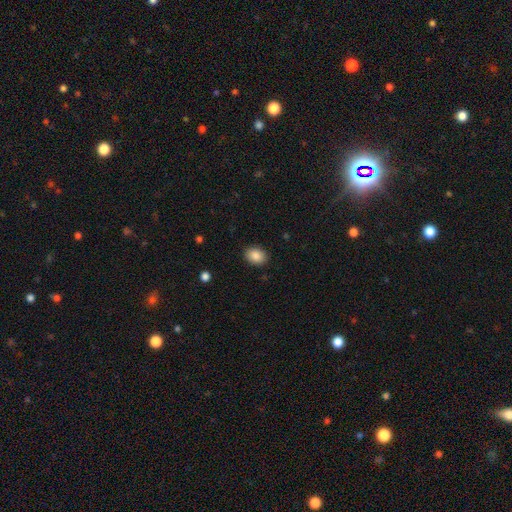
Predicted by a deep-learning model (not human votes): Smooth or featured? smooth (87%)
How rounded? in between (62%)
Merging? none (89%)